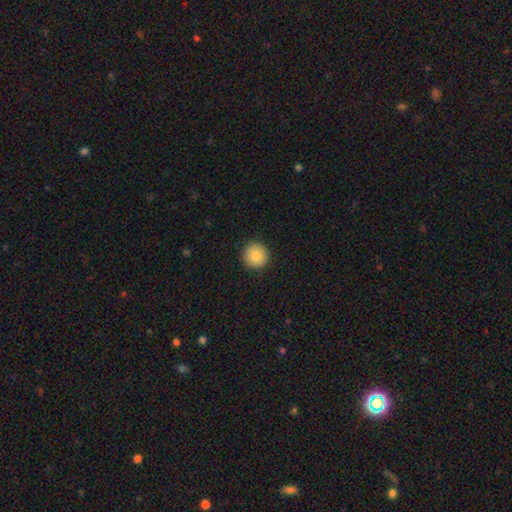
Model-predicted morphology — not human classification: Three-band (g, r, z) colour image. It shows a smooth galaxy with no disk features (85%) that is round (95%). Merging: none (92%).